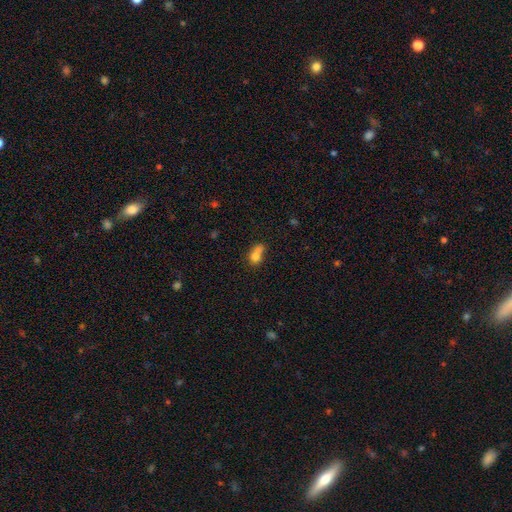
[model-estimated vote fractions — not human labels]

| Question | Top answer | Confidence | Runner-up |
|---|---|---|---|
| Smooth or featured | smooth | 74% | featured or disk (15%) |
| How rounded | round | 52% | in between (46%) |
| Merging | merger | 56% | none (25%) |